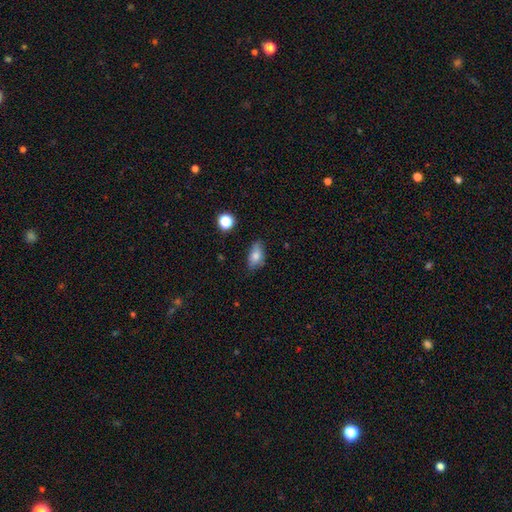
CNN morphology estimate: Smooth or featured? Predicted: smooth (p=0.78). How rounded? Predicted: in between (p=0.85). Merging? Predicted: none (p=0.69).